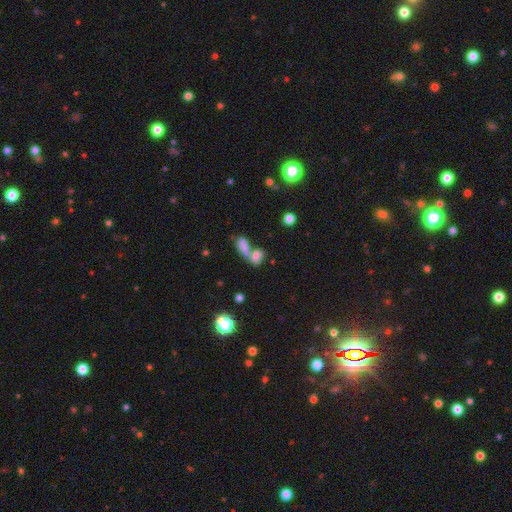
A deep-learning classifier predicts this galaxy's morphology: Overall: smooth (77%). How rounded: in between (79%). Merging: merger (57%; none 30%).